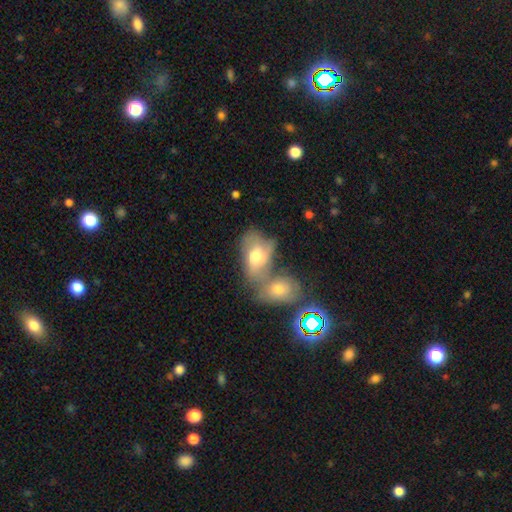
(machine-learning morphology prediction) A smooth galaxy with no disk features (45%).

Vote fractions:
- Smooth or featured? smooth: 45% / featured or disk: 42% / star or artifact: 13%
- Merging? merger: 57% / none: 22% / minor disturbance: 12% / major disturbance: 10%